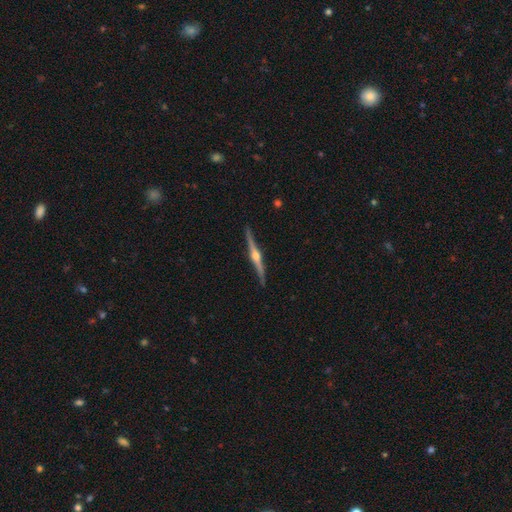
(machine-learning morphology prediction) A featured or disk galaxy (87%) viewed edge-on (98%) with a rounded central bulge (95%).

Vote fractions:
- Smooth or featured? featured or disk: 87% / smooth: 8% / star or artifact: 5%
- Edge-on disk? yes: 98% / no: 2%
- Edge-on bulge? rounded: 95% / boxy: 3% / none: 2%
- Merging? none: 90% / minor disturbance: 7% / major disturbance: 1% / merger: 1%